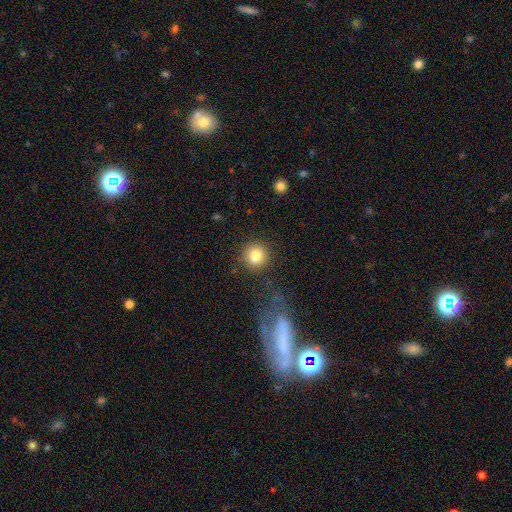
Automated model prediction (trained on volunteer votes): Q: Smooth or featured?
A: smooth (82%); runner-up: star or artifact (10%)
Q: How rounded?
A: round (88%); runner-up: in between (11%)
Q: Merging?
A: none (82%); runner-up: minor disturbance (10%)